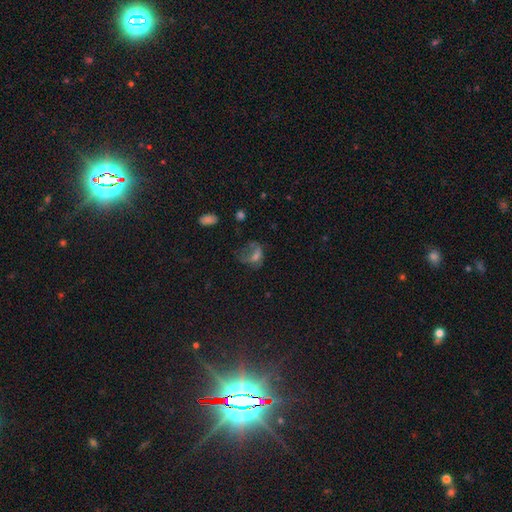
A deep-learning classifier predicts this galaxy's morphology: This appears to be a smooth galaxy with no disk features (38%). Merging: major disturbance (47%).